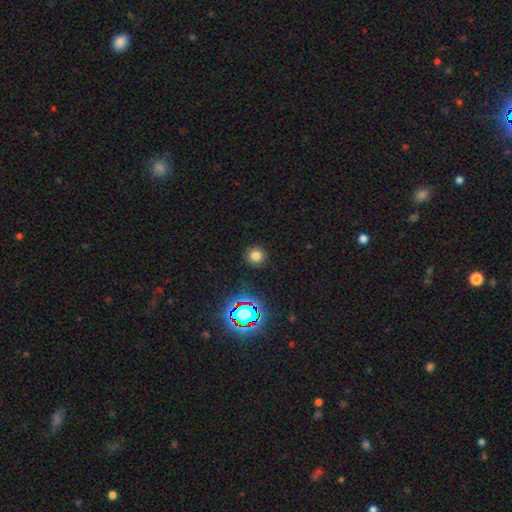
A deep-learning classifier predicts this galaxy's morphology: Overall: smooth (73%). How rounded: round (94%). Merging: none (90%).